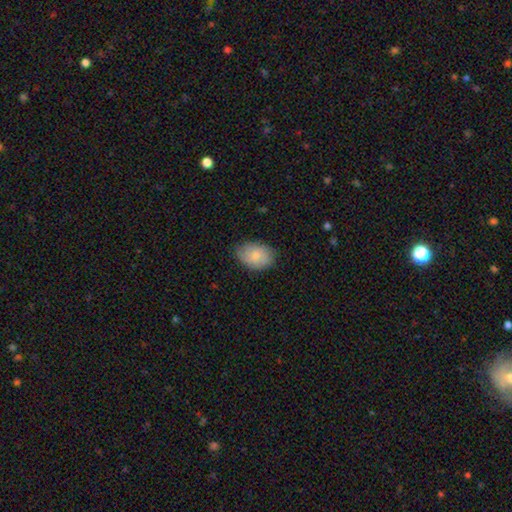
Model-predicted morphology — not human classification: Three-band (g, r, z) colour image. It shows a smooth galaxy with no disk features (79%) that is in between round and cigar-shaped (81%). Merging: none (78%).